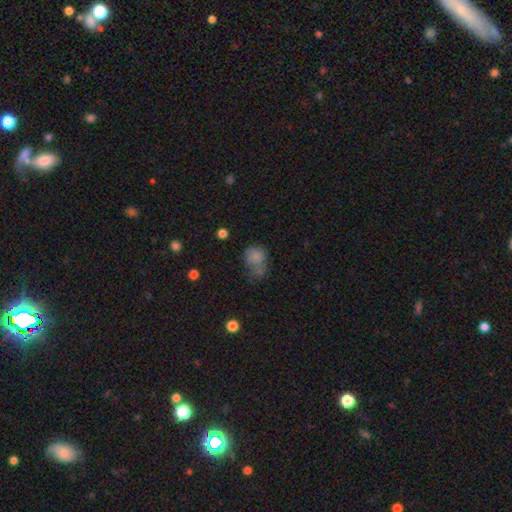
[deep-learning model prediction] Overall: smooth (67%). How rounded: round (53%; in between 45%). Merging: none (37%; merger 23%).